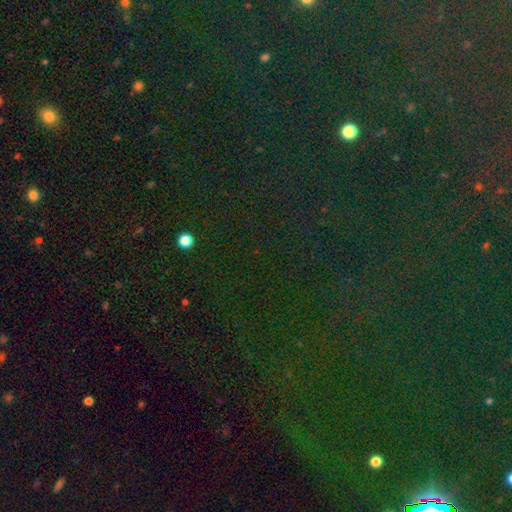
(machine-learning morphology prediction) Smooth or featured? star or artifact (82%)